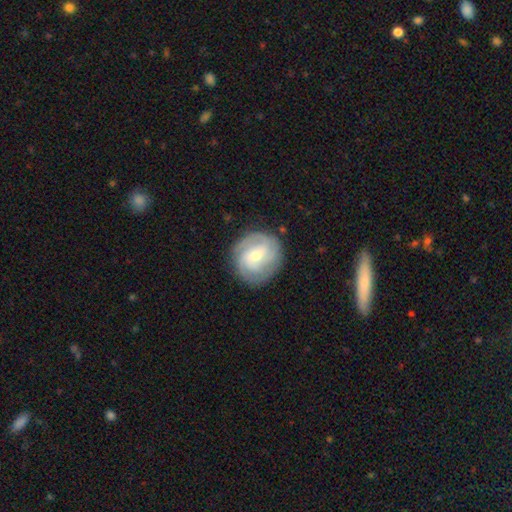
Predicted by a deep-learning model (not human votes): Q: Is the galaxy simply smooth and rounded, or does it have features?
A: featured or disk — 77%.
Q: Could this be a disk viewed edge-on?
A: no — 97%.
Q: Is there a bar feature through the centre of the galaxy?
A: weak — 47%.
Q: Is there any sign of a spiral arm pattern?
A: yes — 95%.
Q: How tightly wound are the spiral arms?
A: tight — 56%.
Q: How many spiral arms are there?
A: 3 — 38%.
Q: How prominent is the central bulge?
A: moderate — 48%.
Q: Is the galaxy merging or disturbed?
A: none — 82%.